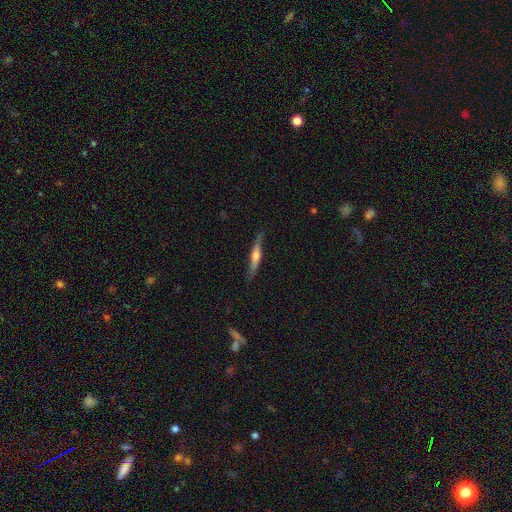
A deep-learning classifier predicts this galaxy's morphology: type=featured or disk (59%); edge-on=yes (94%); edge-on bulge=rounded (80%); merging=none (82%).